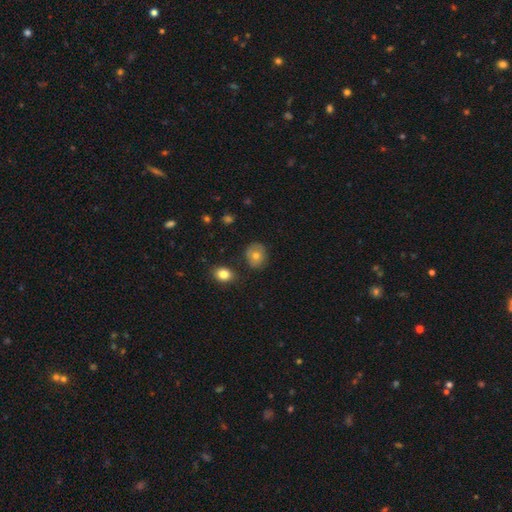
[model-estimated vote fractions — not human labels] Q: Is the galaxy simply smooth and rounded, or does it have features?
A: smooth — 72%.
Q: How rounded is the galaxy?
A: round — 67%.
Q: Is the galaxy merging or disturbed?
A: none — 77%.